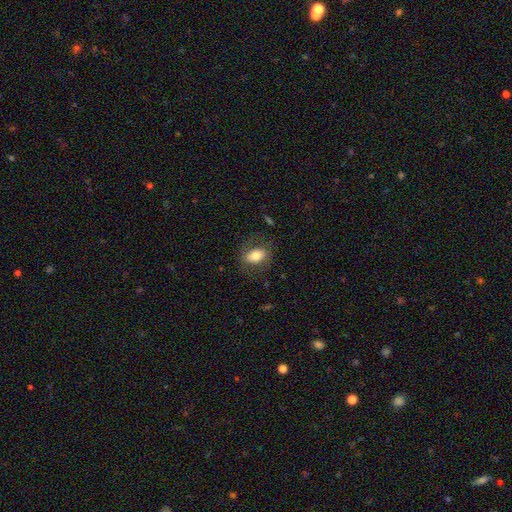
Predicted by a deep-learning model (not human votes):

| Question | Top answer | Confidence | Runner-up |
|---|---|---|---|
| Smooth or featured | smooth | 71% | featured or disk (21%) |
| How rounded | in between | 80% | round (18%) |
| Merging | none | 73% | minor disturbance (16%) |